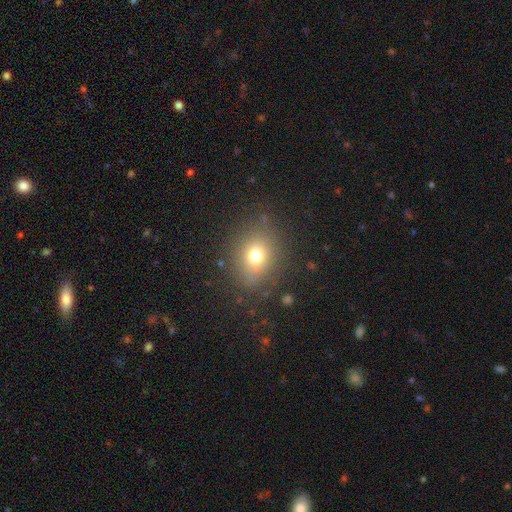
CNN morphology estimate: type=smooth (72%); roundness=round (57%); merging=none (82%).